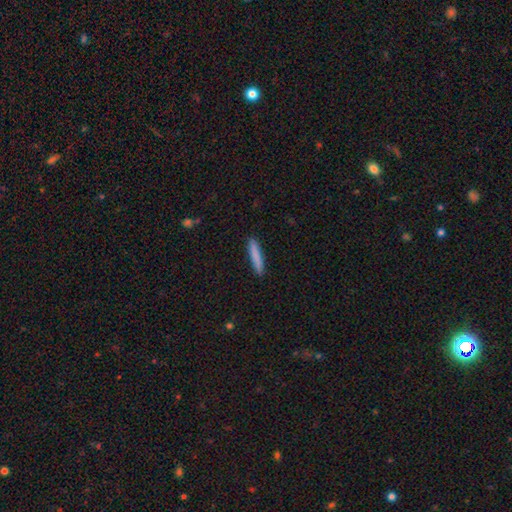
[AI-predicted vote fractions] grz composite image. It shows a smooth galaxy with no disk features (83%) that is cigar-shaped (93%). Merging: none (91%).